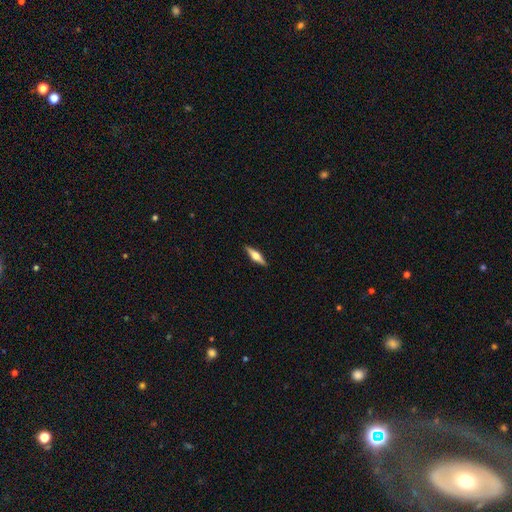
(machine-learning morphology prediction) Smooth or featured? featured or disk (59%)
Edge-on disk? yes (96%)
Edge-on bulge? rounded (92%)
Merging? none (90%)